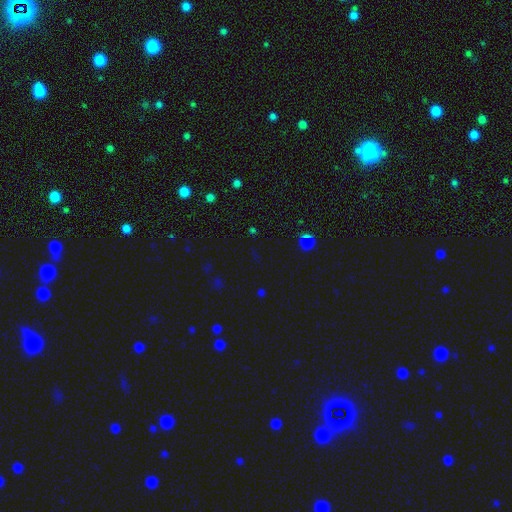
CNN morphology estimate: Smooth or featured?
  - star or artifact: 64% *
  - smooth: 28%
  - featured or disk: 8%